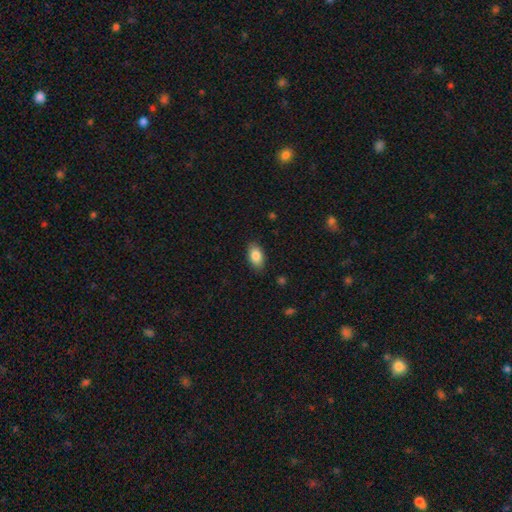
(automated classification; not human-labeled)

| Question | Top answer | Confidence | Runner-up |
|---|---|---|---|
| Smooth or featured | smooth | 86% | featured or disk (7%) |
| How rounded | in between | 92% | round (6%) |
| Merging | none | 86% | minor disturbance (11%) |